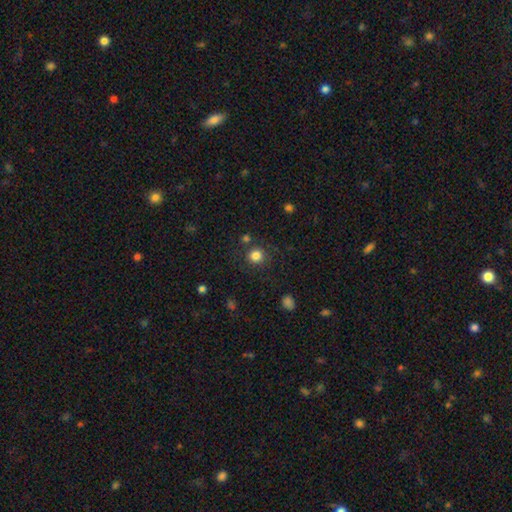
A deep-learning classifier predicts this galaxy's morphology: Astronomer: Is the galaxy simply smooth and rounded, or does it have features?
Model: smooth — 82%.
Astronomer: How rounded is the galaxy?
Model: round — 92%.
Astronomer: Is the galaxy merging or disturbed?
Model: none — 83%.